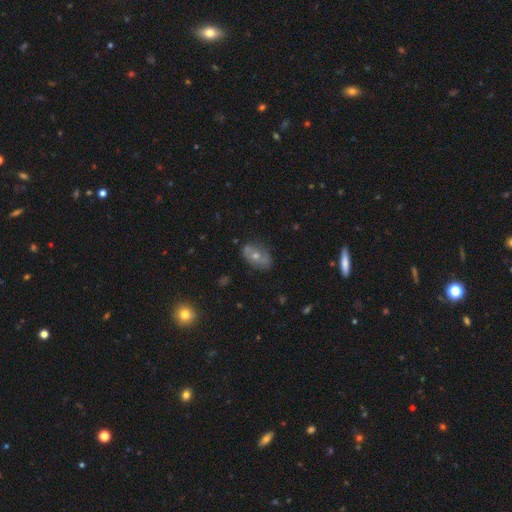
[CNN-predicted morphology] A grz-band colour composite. It shows a smooth galaxy with no disk features (48%). Merging: none (71%).